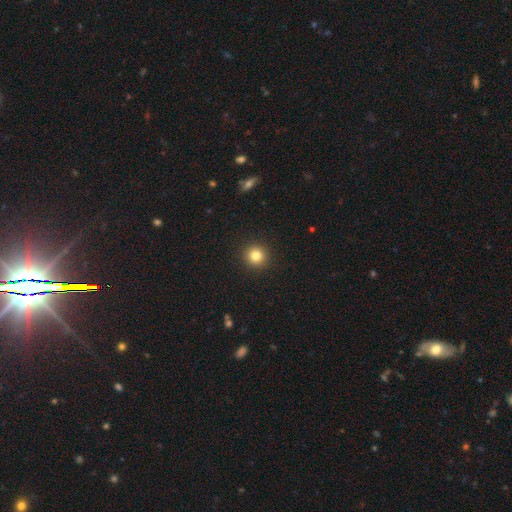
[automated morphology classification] smooth_or_featured: smooth (p=0.82) [alt: star or artifact p=0.12]
how_rounded: round (p=0.95) [alt: in between p=0.04]
merging: none (p=0.93) [alt: minor disturbance p=0.04]